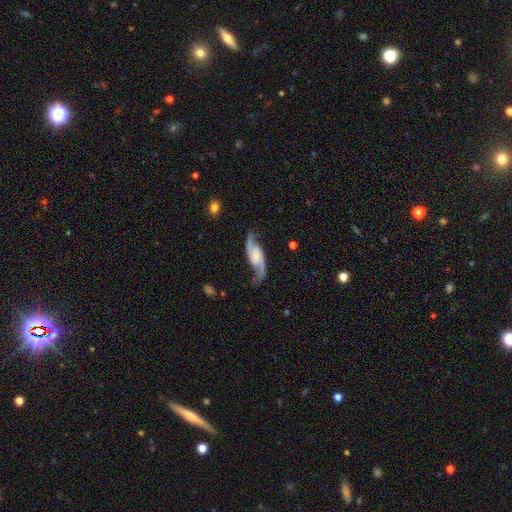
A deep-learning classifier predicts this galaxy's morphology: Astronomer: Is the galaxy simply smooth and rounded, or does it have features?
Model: featured or disk — 89%.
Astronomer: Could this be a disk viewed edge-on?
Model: no — 95%.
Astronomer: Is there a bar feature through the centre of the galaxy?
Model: no — 51% (runner-up: weak, 34%).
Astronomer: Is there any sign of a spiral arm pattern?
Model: yes — 97%.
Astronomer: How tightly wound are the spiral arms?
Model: loose — 57% (runner-up: medium, 34%).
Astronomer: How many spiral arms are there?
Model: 2 — 94%.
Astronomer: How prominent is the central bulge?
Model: small — 40% (runner-up: none, 28%).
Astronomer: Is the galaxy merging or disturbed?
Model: none — 77%.